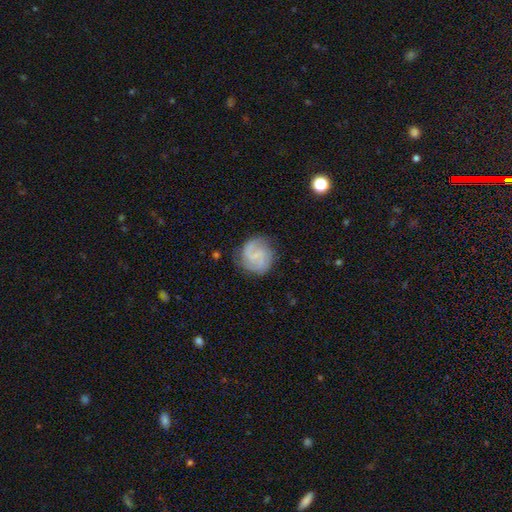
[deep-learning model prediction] Q: Smooth or featured?
A: featured or disk (69%); runner-up: smooth (24%)
Q: Edge-on disk?
A: no (98%); runner-up: yes (2%)
Q: Bar?
A: weak (48%); runner-up: no (41%)
Q: Spiral arms?
A: yes (94%); runner-up: no (6%)
Q: Spiral winding?
A: medium (47%); runner-up: tight (33%)
Q: Spiral arm count?
A: 2 (70%); runner-up: can't tell (12%)
Q: Bulge size?
A: small (45%); runner-up: none (43%)
Q: Merging?
A: none (76%); runner-up: minor disturbance (16%)